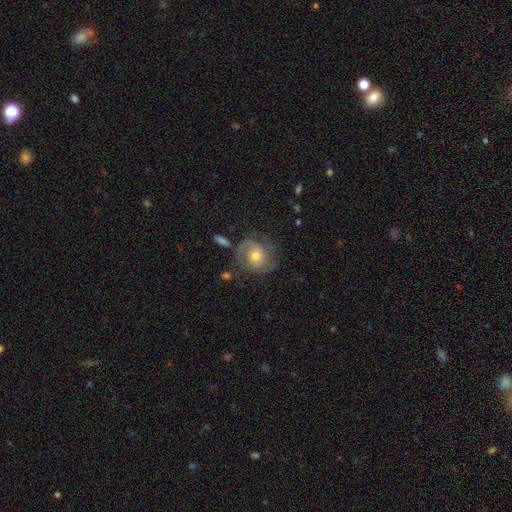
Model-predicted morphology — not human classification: This appears to be a featured or disk galaxy (74%) with no bar (73%), 2 (77%) tight (42%, tied with medium) spiral arms (91%) and a moderate central bulge (65%). Merging: none (69%).